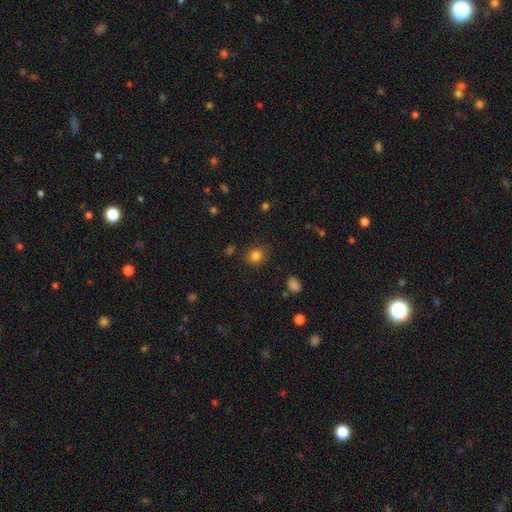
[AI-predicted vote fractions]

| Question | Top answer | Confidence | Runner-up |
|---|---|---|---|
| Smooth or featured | smooth | 82% | star or artifact (13%) |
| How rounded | round | 77% | in between (22%) |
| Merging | none | 83% | minor disturbance (11%) |